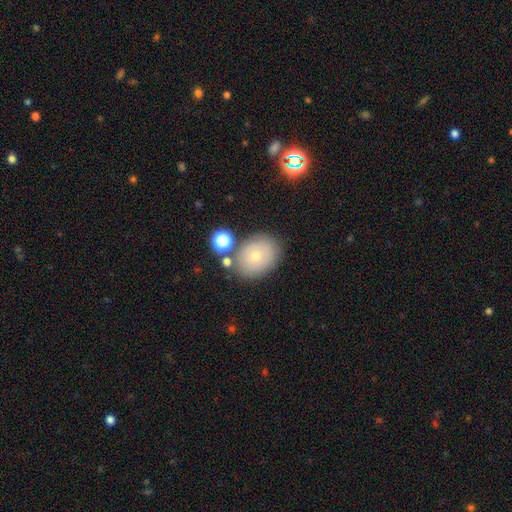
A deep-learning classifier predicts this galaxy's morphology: The model was most divided on "how rounded": in between: 58%, round: 41%, cigar-shaped: 1%. More confident: merging — none (74%); smooth or featured — smooth (68%).